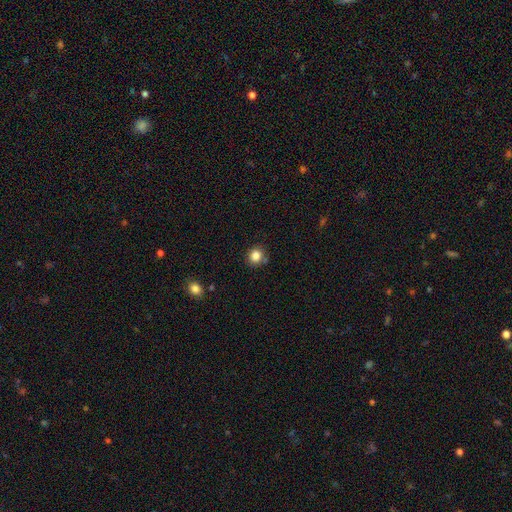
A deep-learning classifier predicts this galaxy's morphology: A smooth galaxy with no disk features (85%) that is round (87%).

Vote fractions:
- Smooth or featured? smooth: 85% / star or artifact: 11% / featured or disk: 4%
- How rounded? round: 87% / in between: 12% / cigar-shaped: 1%
- Merging? none: 82% / minor disturbance: 10% / merger: 6% / major disturbance: 3%